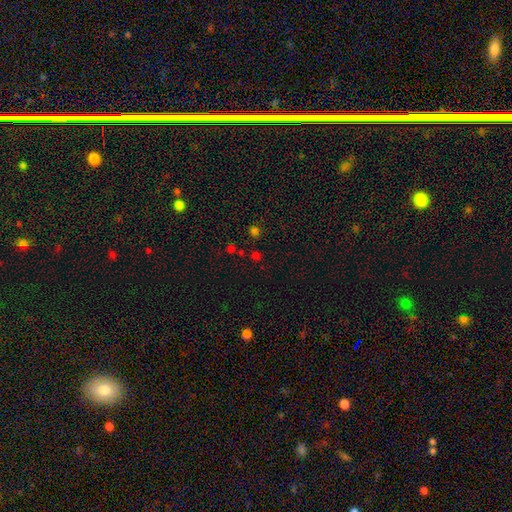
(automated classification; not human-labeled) A smooth galaxy with no disk features (49%). Merging: none (76%).